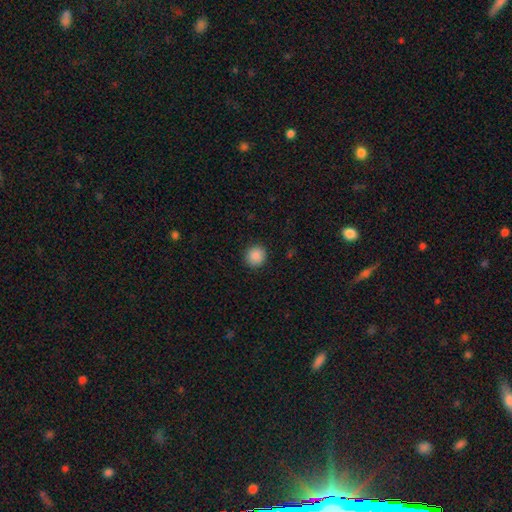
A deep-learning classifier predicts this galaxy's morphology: The model was most divided on "smooth or featured": smooth: 88%, star or artifact: 9%, featured or disk: 3%. More confident: how rounded — round (92%); merging — none (92%).